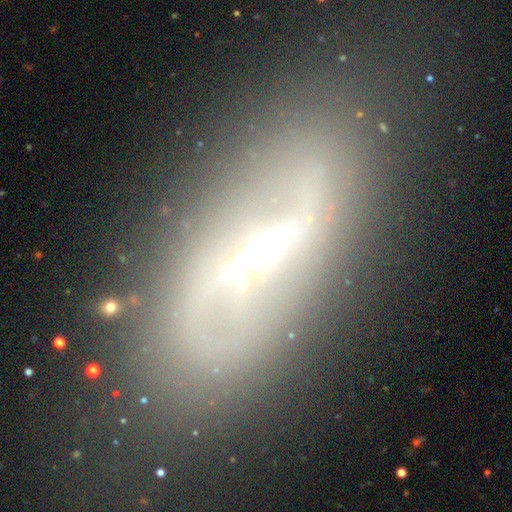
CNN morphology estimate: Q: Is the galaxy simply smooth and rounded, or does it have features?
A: featured or disk — 73%.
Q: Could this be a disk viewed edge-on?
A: no — 80%.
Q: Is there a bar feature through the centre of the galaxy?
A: strong — 53%.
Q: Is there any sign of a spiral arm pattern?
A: yes — 57%.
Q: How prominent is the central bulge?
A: small — 80%.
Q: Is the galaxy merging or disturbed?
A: none — 76%.